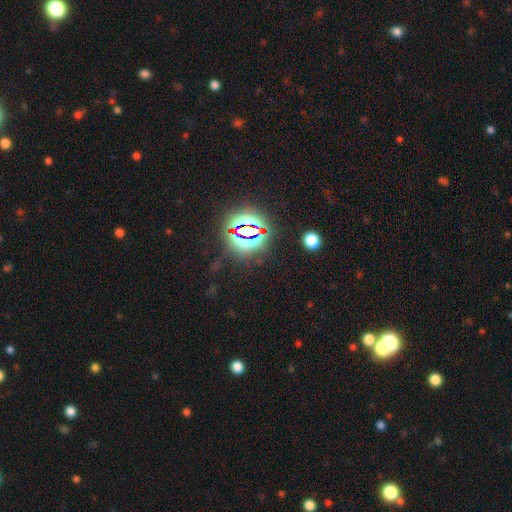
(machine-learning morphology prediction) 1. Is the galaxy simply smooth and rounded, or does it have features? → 84% star or artifact, 10% smooth, 7% featured or disk.